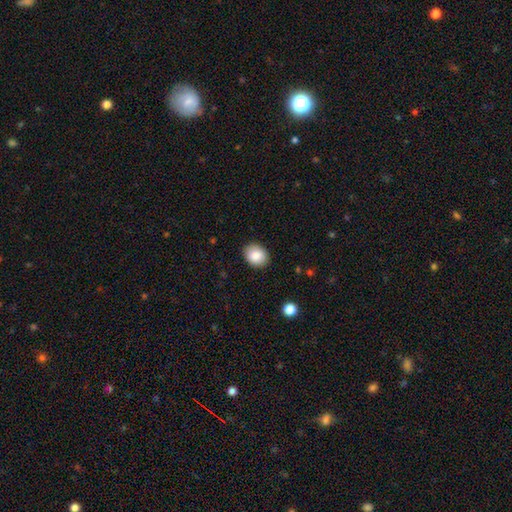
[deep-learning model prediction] The model was most divided on "how rounded": in between: 51%, round: 49%, cigar-shaped: 1%. More confident: merging — none (89%); smooth or featured — smooth (85%).